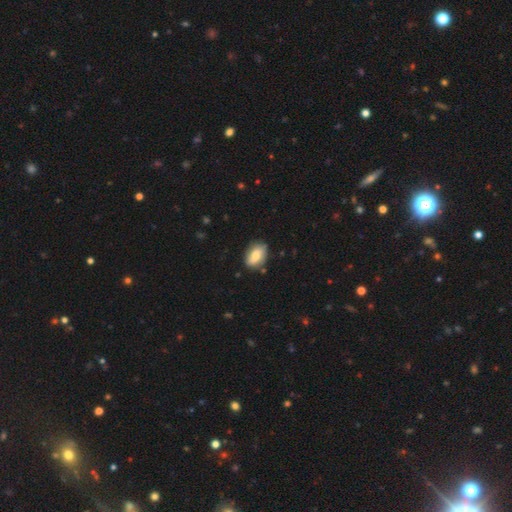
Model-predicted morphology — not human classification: Smooth or featured? smooth (78%)
How rounded? in between (87%)
Merging? none (75%)